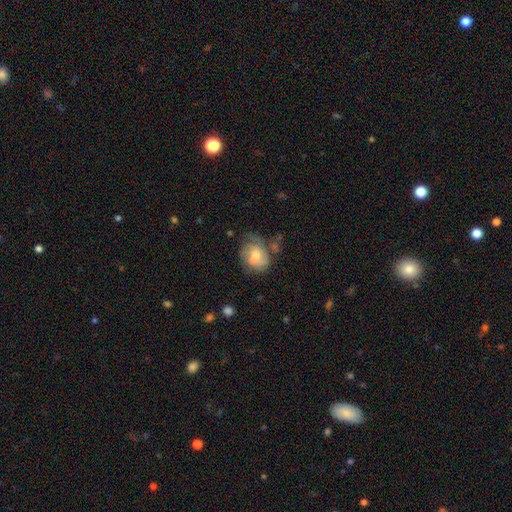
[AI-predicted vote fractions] smooth_or_featured: smooth (p=0.54) [alt: featured or disk p=0.38]
how_rounded: round (p=0.50) [alt: in between p=0.49]
merging: none (p=0.44) [alt: minor disturbance p=0.30]